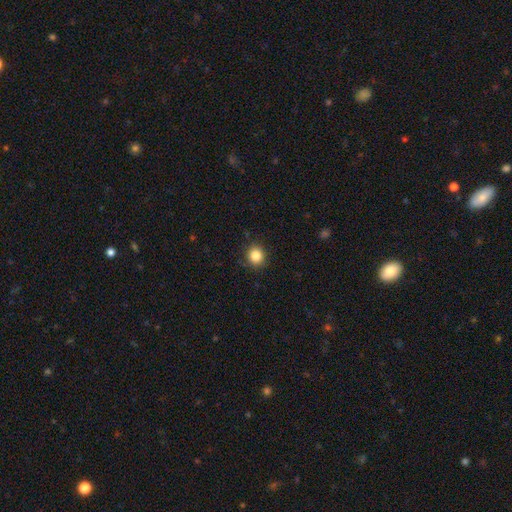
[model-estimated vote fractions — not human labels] Morphology: type=smooth (85%); roundness=round (87%); merging=none (90%).